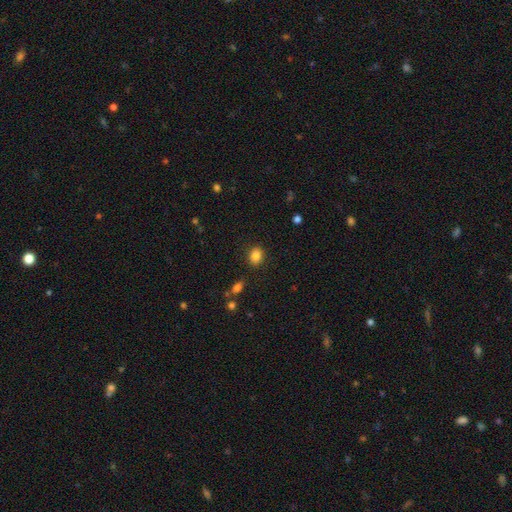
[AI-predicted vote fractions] smooth 86%, star or artifact 10%, featured or disk 5%. Down the decision tree: how rounded — in between (56%); merging — none (86%).